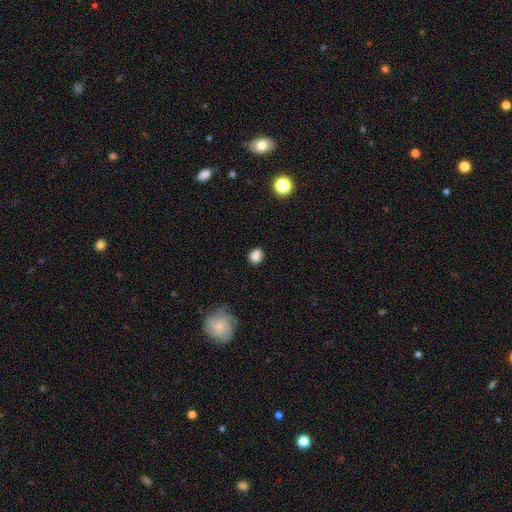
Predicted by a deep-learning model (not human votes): The model was most divided on "how rounded": round: 59%, in between: 40%, cigar-shaped: 1%. More confident: merging — none (84%); smooth or featured — smooth (83%).